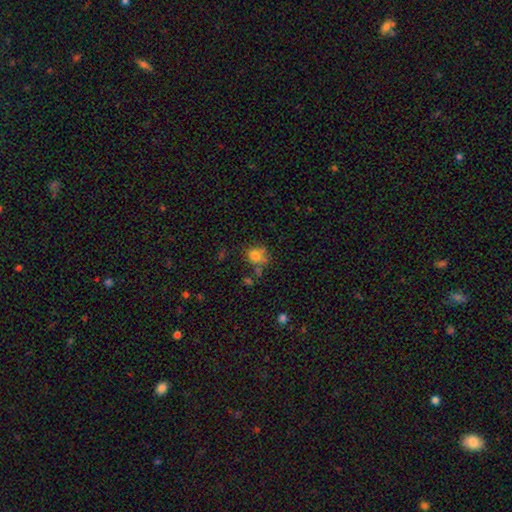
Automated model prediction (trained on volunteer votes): Morphology: type=smooth (74%); roundness=round (65%); merging=none (54%).